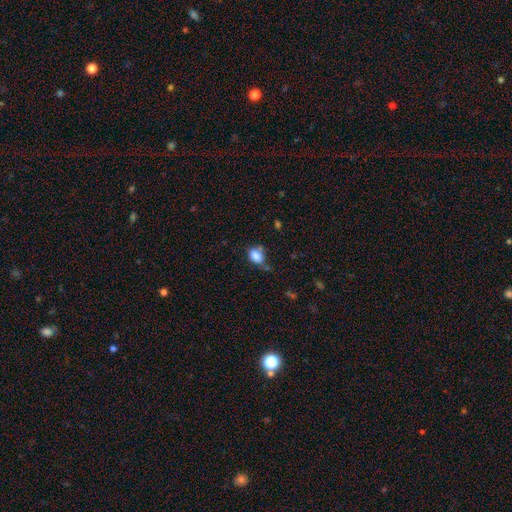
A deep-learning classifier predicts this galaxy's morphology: smooth_or_featured: smooth (p=0.80) [alt: star or artifact p=0.10]
how_rounded: in between (p=0.76) [alt: round p=0.22]
merging: none (p=0.46) [alt: minor disturbance p=0.32]